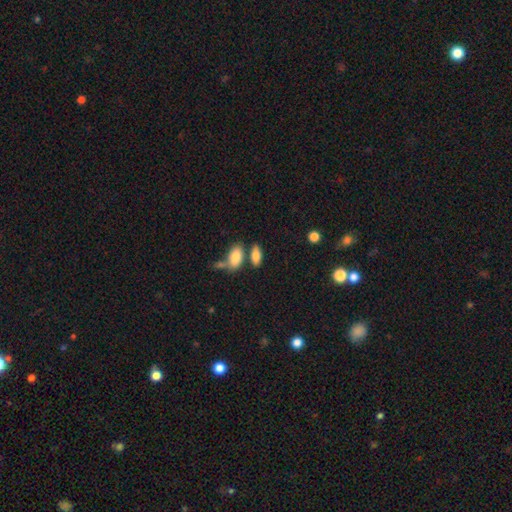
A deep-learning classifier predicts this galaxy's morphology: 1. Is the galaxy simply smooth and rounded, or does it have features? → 83% smooth, 9% featured or disk, 7% star or artifact.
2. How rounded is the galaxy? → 85% in between, 11% cigar-shaped, 4% round.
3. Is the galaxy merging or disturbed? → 58% none, 26% merger, 12% minor disturbance, 4% major disturbance.